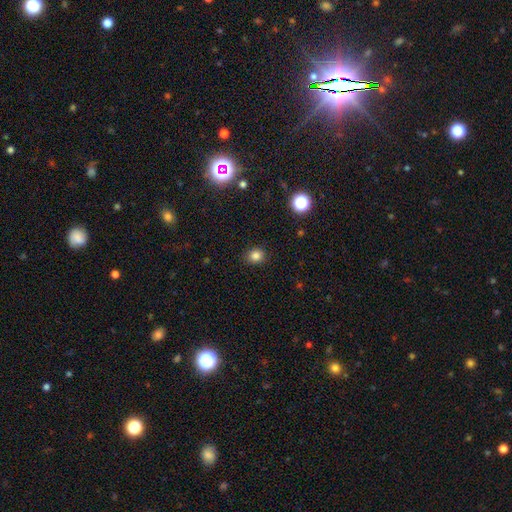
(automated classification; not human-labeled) A smooth galaxy with no disk features (83%) that is round (73%).

Vote fractions:
- Smooth or featured? smooth: 83% / star or artifact: 13% / featured or disk: 4%
- How rounded? round: 73% / in between: 26% / cigar-shaped: 1%
- Merging? none: 88% / minor disturbance: 8% / major disturbance: 2% / merger: 1%